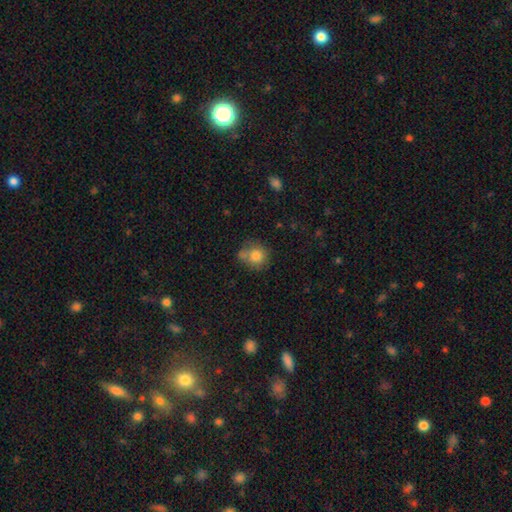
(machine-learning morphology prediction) smooth_or_featured: smooth (p=0.79) [alt: featured or disk p=0.11]
how_rounded: round (p=0.81) [alt: in between p=0.18]
merging: none (p=0.55) [alt: minor disturbance p=0.21]